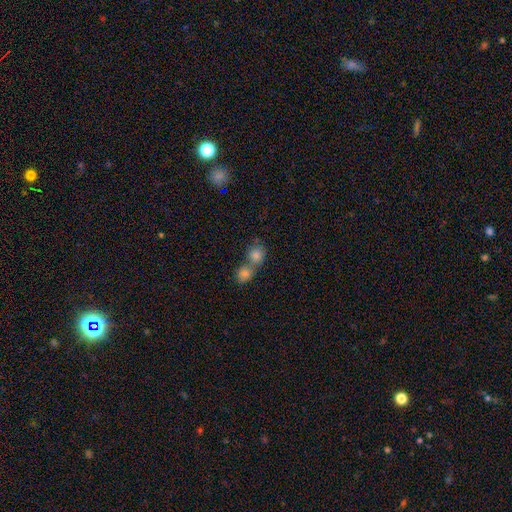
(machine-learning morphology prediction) A smooth galaxy with no disk features (78%) that is round (77%).

Vote fractions:
- Smooth or featured? smooth: 78% / star or artifact: 12% / featured or disk: 10%
- How rounded? round: 77% / in between: 22% / cigar-shaped: 1%
- Merging? merger: 57% / none: 35% / minor disturbance: 6% / major disturbance: 2%